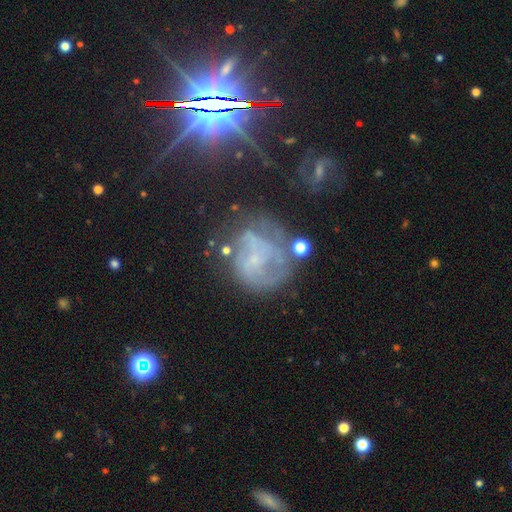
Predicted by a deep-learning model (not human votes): Overall: featured or disk (61%). Edge-on disk: no (97%). Bar: no (68%). Spiral arms: yes (70%). Bulge size: small (53%; none 35%). Merging: none (48%; major disturbance 22%).